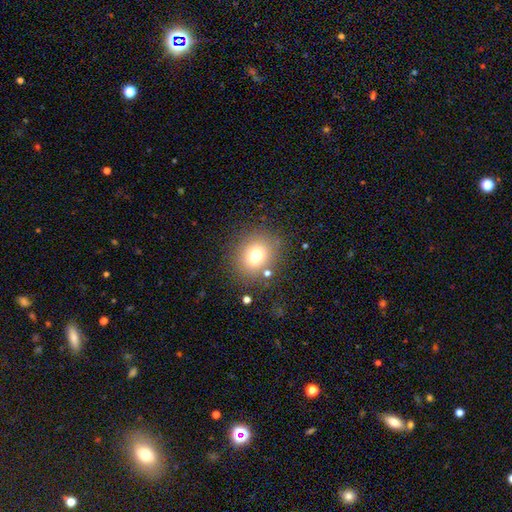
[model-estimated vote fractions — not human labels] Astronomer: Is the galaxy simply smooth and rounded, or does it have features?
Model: smooth — 74%.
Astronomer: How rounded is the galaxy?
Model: round — 69%.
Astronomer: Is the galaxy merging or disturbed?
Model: none — 82%.